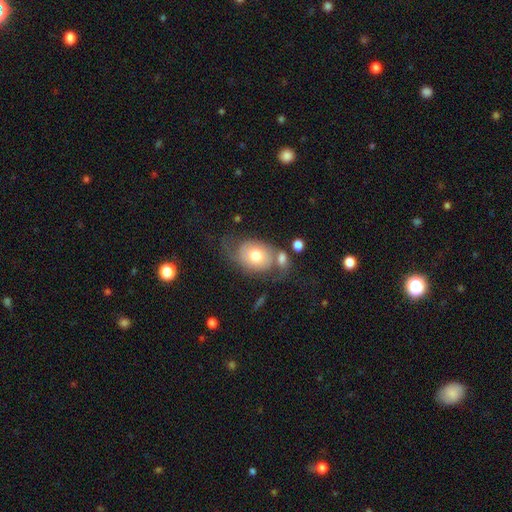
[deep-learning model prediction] smooth 55%, featured or disk 37%, star or artifact 8%. Down the decision tree: how rounded — in between (57%); merging — none (38%).